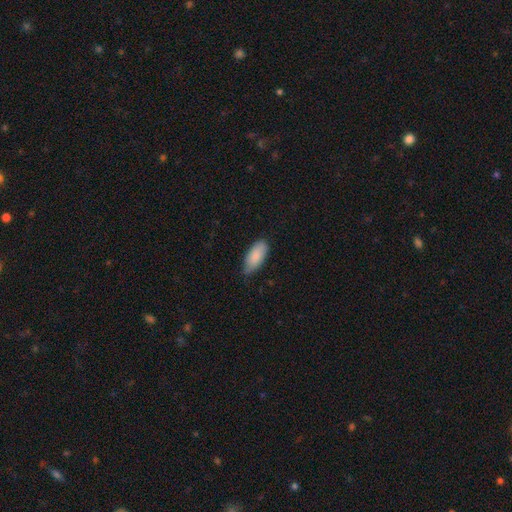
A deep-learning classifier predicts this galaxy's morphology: Smooth or featured? Predicted: smooth (p=0.87). How rounded? Predicted: in between (p=0.88). Merging? Predicted: none (p=0.66).